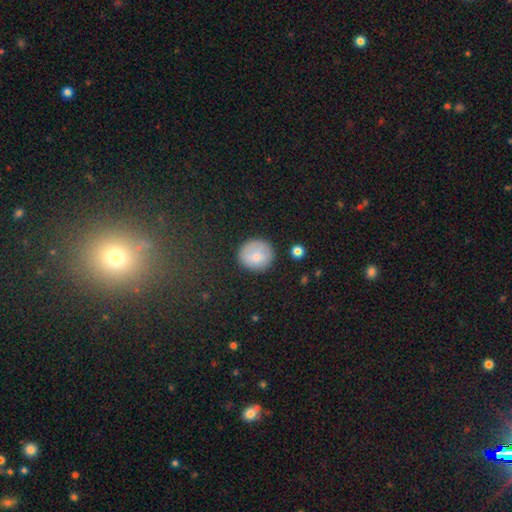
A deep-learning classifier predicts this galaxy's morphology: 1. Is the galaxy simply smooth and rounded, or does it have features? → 77% smooth, 15% featured or disk, 8% star or artifact.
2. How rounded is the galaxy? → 88% round, 11% in between, 1% cigar-shaped.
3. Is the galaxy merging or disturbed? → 81% none, 13% minor disturbance, 4% major disturbance, 2% merger.